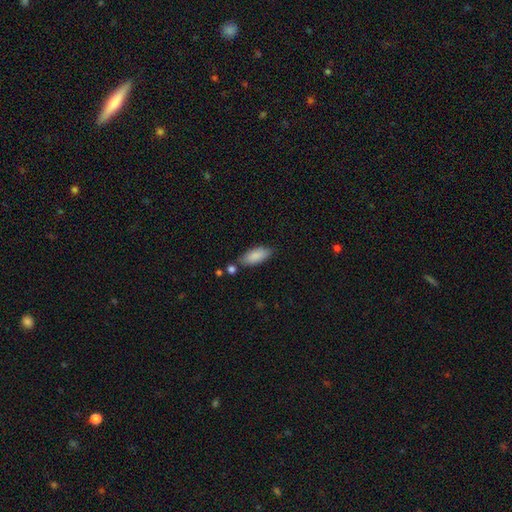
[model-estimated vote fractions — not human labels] A smooth galaxy with no disk features (87%) that is in between round and cigar-shaped (83%). Merging: none (71%).